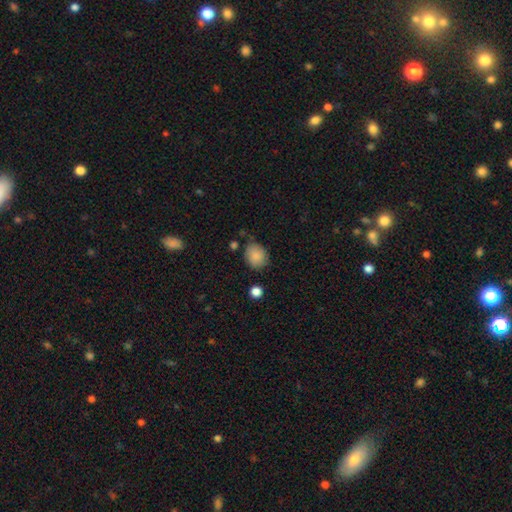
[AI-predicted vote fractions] A smooth galaxy with no disk features (86%) that is round (60%). Merging: none (72%).